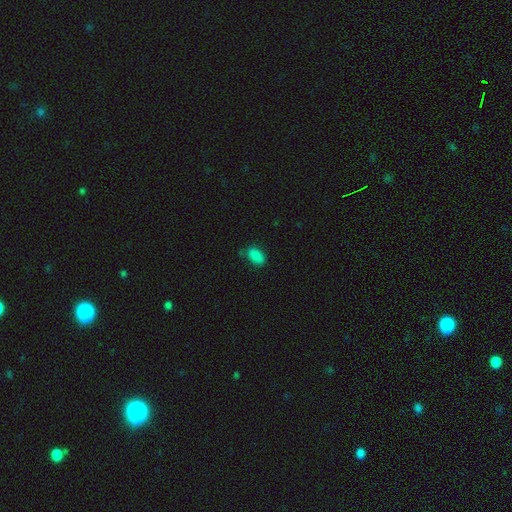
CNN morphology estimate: Smooth or featured?
  - smooth: 85% *
  - star or artifact: 10%
  - featured or disk: 4%
How rounded?
  - in between: 91% *
  - round: 7%
  - cigar-shaped: 2%
Merging?
  - none: 75% *
  - minor disturbance: 19%
  - major disturbance: 4%
  - merger: 3%